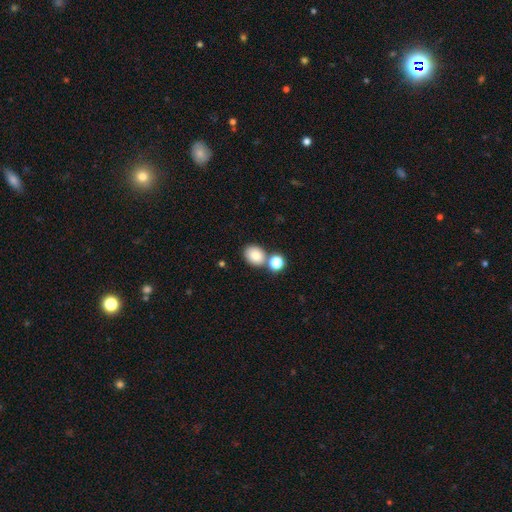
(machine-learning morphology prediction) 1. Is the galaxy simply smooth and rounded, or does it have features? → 82% smooth, 10% star or artifact, 7% featured or disk.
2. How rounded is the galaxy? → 54% in between, 45% round, 1% cigar-shaped.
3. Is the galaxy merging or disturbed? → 63% none, 23% merger, 10% minor disturbance, 3% major disturbance.